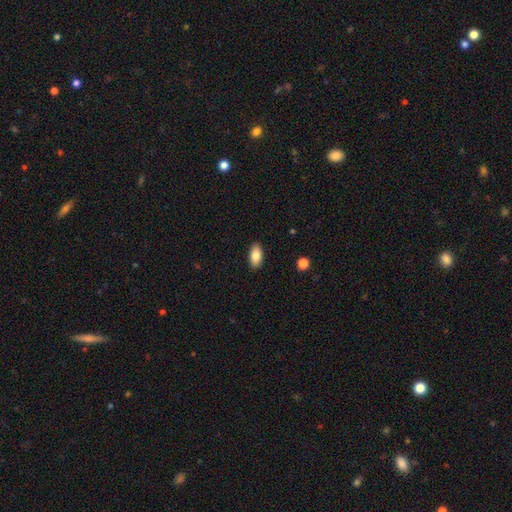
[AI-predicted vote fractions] smooth_or_featured: smooth (p=0.83) [alt: featured or disk p=0.10]
how_rounded: in between (p=0.93) [alt: cigar-shaped p=0.04]
merging: none (p=0.89) [alt: minor disturbance p=0.08]